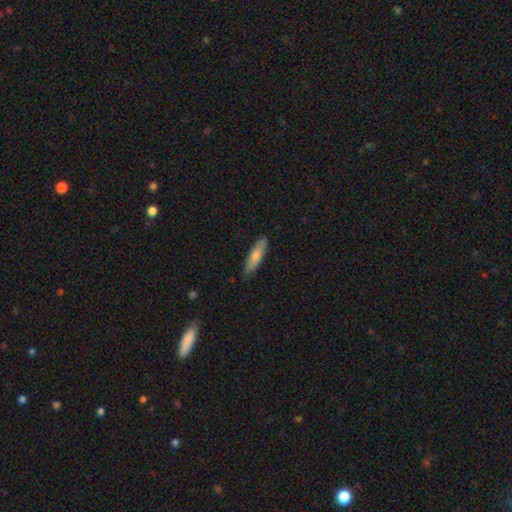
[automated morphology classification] A smooth galaxy with no disk features (74%) that is cigar-shaped (73%).

Vote fractions:
- Smooth or featured? smooth: 74% / featured or disk: 21% / star or artifact: 5%
- How rounded? cigar-shaped: 73% / in between: 26% / round: 2%
- Merging? none: 86% / minor disturbance: 11% / major disturbance: 2% / merger: 1%